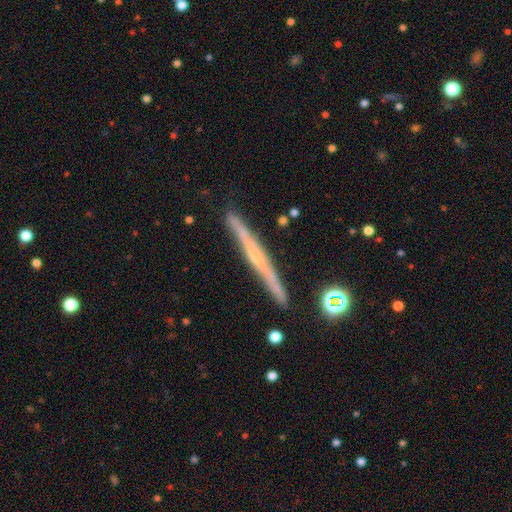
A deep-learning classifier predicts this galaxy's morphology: Smooth or featured?
  - featured or disk: 69% *
  - smooth: 24%
  - star or artifact: 7%
Edge-on disk?
  - yes: 97% *
  - no: 3%
Edge-on bulge?
  - none: 51% *
  - rounded: 38%
  - boxy: 11%
Merging?
  - none: 87% *
  - minor disturbance: 10%
  - merger: 2%
  - major disturbance: 2%